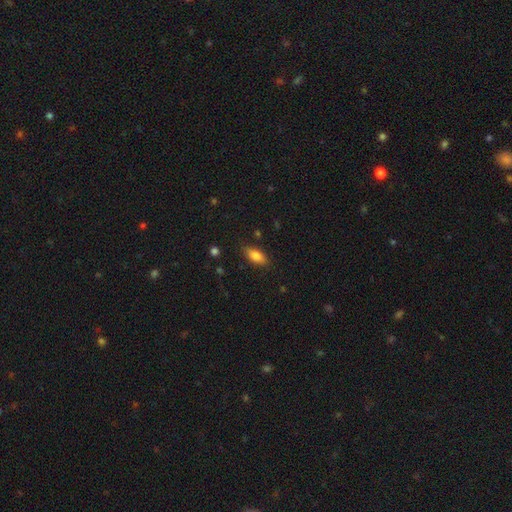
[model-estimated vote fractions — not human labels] The model was most divided on "how rounded": in between: 82%, cigar-shaped: 16%, round: 3%. More confident: merging — none (82%); smooth or featured — smooth (80%).